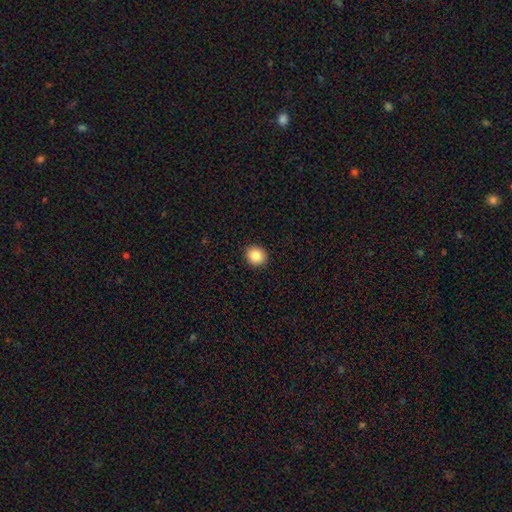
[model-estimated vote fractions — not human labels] Smooth or featured?
  - smooth: 86% *
  - star or artifact: 9%
  - featured or disk: 5%
How rounded?
  - round: 85% *
  - in between: 14%
  - cigar-shaped: 1%
Merging?
  - none: 92% *
  - minor disturbance: 6%
  - major disturbance: 2%
  - merger: 1%